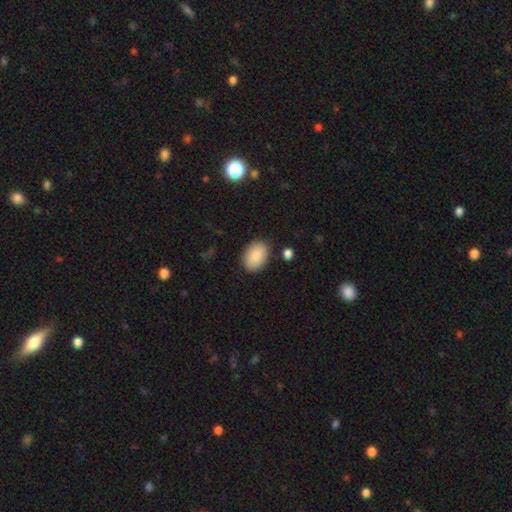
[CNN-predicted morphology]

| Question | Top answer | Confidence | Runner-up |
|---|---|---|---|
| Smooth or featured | smooth | 88% | star or artifact (6%) |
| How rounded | in between | 87% | round (12%) |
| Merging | none | 85% | minor disturbance (10%) |